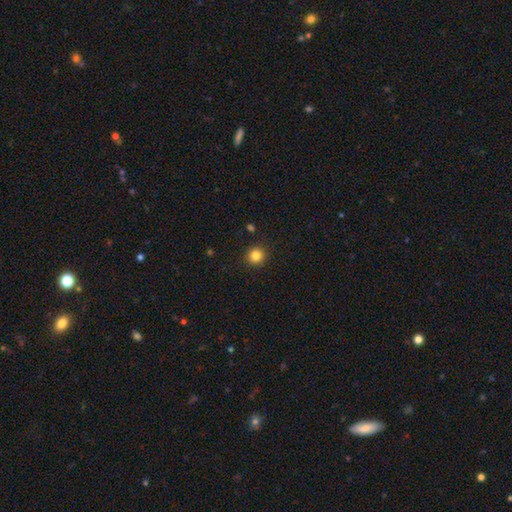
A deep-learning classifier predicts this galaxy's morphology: Smooth or featured? smooth (84%)
How rounded? round (93%)
Merging? none (91%)